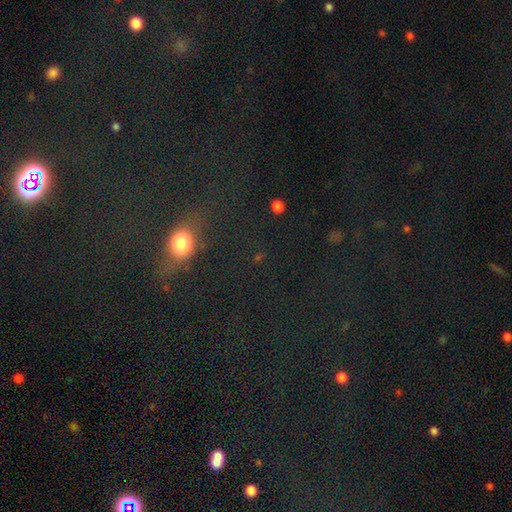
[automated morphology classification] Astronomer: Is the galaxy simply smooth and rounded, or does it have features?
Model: smooth — 41% (runner-up: star or artifact, 40%).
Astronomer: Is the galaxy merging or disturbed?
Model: none — 79%.